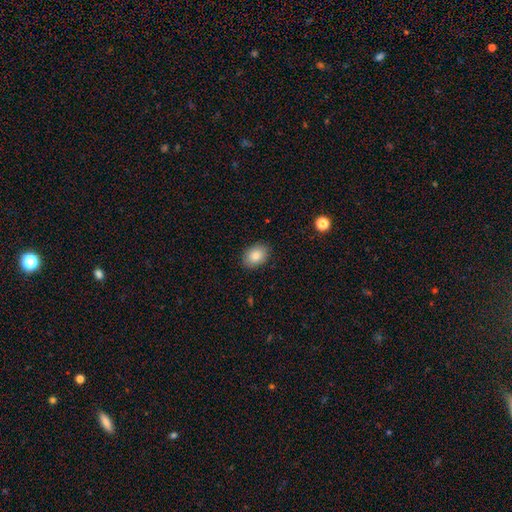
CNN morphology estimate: Q: Smooth or featured?
A: smooth (86%); runner-up: star or artifact (8%)
Q: How rounded?
A: in between (76%); runner-up: round (23%)
Q: Merging?
A: none (87%); runner-up: minor disturbance (10%)